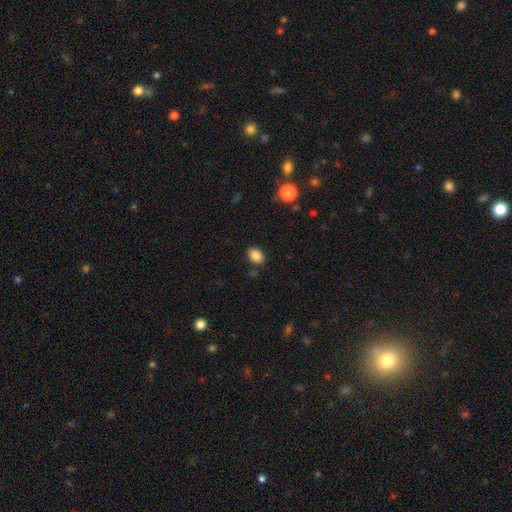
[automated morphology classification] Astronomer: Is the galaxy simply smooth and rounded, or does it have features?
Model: smooth — 86%.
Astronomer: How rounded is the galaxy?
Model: in between — 75%.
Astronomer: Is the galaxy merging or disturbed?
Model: none — 83%.